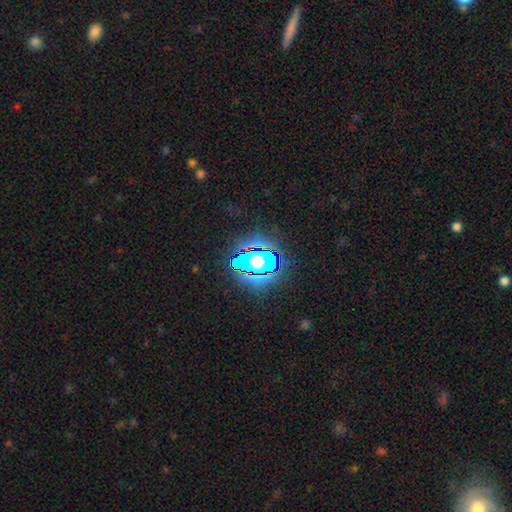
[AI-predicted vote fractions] Smooth or featured: star or artifact — 80% (smooth — 12%)